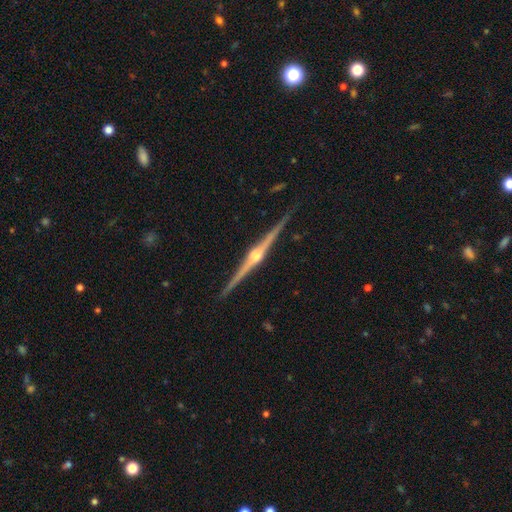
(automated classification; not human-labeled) Smooth or featured: featured or disk — 91% (smooth — 5%)
Edge-on disk: yes — 99% (no — 1%)
Edge-on bulge: rounded — 93% (boxy — 4%)
Merging: none — 91% (minor disturbance — 6%)